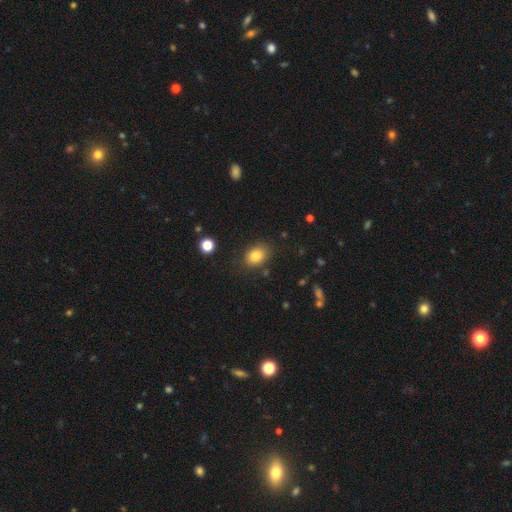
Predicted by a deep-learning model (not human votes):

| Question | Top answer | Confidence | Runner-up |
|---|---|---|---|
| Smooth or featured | smooth | 83% | star or artifact (10%) |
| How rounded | in between | 65% | round (34%) |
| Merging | none | 81% | minor disturbance (12%) |